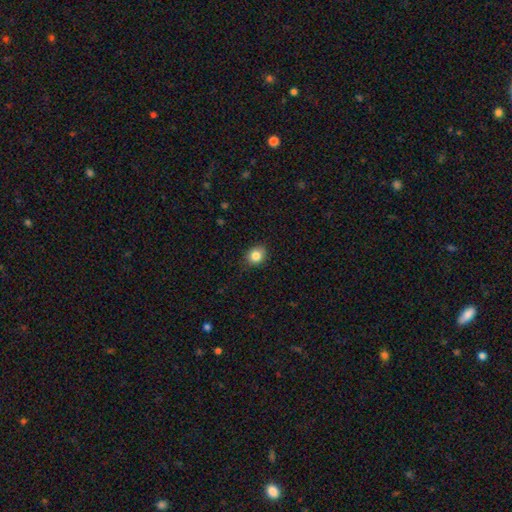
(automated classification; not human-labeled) Morphology: type=smooth (85%); roundness=round (63%); merging=none (84%).